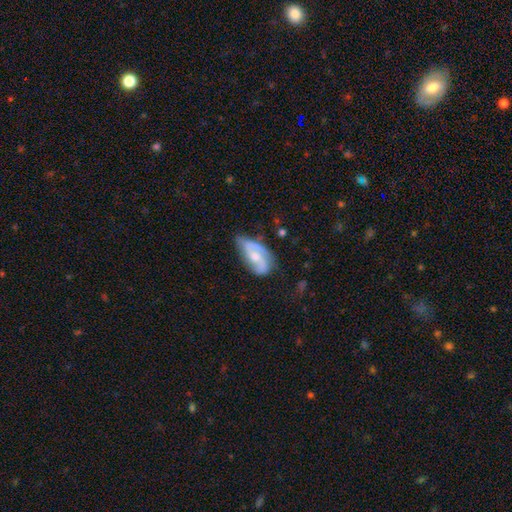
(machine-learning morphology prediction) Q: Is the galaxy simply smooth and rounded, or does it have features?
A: featured or disk — 75%.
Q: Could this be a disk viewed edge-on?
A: no — 95%.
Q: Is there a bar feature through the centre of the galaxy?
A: no — 50%.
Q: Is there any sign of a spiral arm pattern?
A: yes — 92%.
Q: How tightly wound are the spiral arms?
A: medium — 47%.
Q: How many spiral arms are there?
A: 2 — 75%.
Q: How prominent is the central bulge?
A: moderate — 53%.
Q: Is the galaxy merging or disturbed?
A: none — 51%.